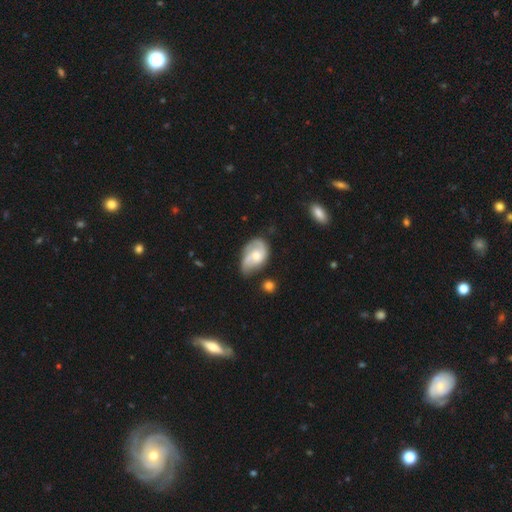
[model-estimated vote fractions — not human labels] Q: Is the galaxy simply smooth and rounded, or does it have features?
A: featured or disk — 67%.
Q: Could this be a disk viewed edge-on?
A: no — 97%.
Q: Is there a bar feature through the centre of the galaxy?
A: no — 62%.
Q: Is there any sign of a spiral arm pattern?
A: yes — 90%.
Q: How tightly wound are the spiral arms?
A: medium — 46%.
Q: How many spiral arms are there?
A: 2 — 66%.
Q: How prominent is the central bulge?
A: moderate — 56%.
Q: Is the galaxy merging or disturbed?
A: none — 51%.